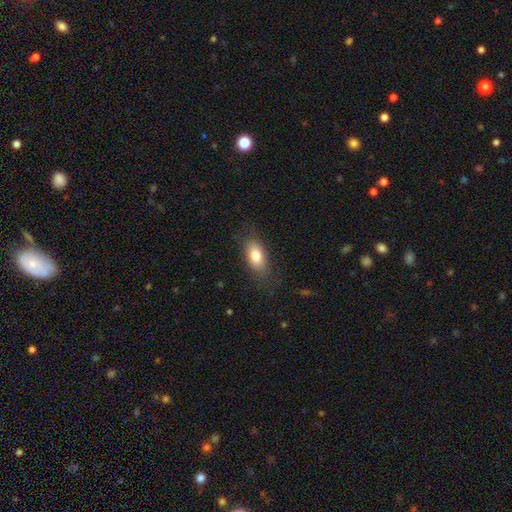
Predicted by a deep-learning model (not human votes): This is likely a smooth galaxy (80%). How rounded: clearly in between (87%). Merging: likely none (78%).